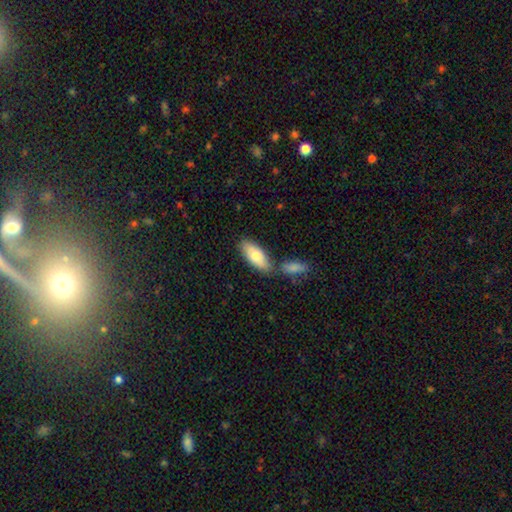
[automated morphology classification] The model was most divided on "merging": none: 63%, merger: 20%, minor disturbance: 13%, major disturbance: 3%. More confident: how rounded — in between (81%); smooth or featured — smooth (78%).